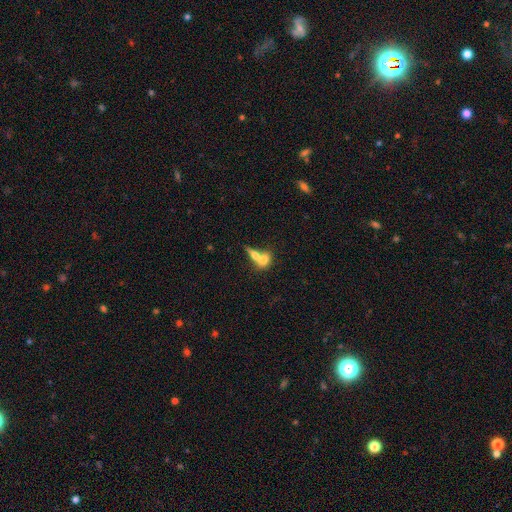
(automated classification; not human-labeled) This appears to be a smooth galaxy with no disk features (68%) that is in between round and cigar-shaped (68%). Merging: merger (69%).